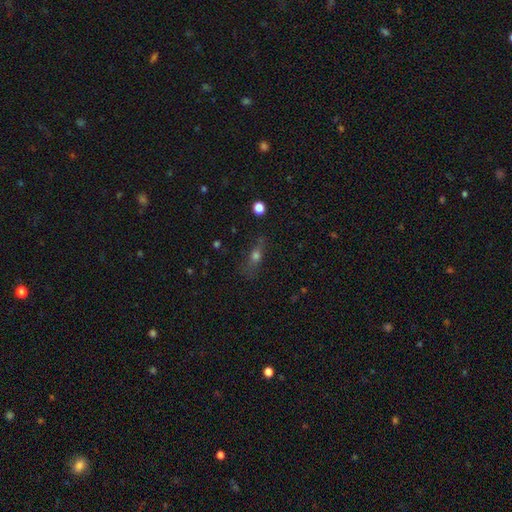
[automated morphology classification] smooth-or-featured: smooth: 54% | featured or disk: 26% | star or artifact: 20%
  how-rounded: in between: 50% | cigar-shaped: 31% | round: 19%
  merging: none: 61% | minor disturbance: 22% | major disturbance: 13% | merger: 4%